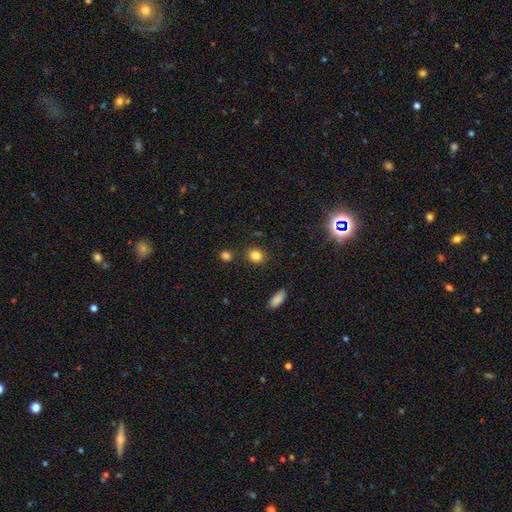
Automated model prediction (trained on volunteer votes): Overall: smooth (84%). How rounded: round (65%; in between 34%). Merging: none (84%).